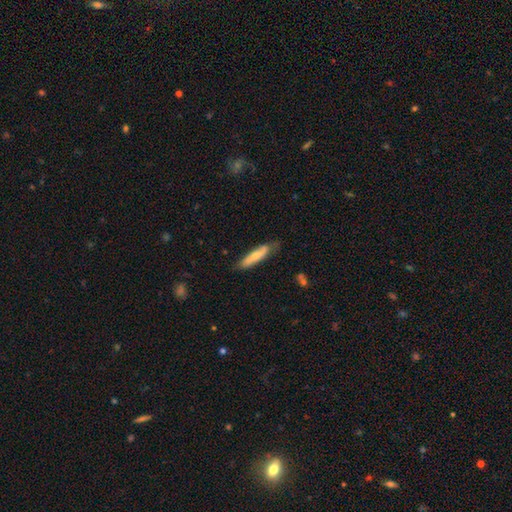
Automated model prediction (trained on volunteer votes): Smooth or featured? Predicted: smooth (p=0.65). How rounded? Predicted: cigar-shaped (p=0.74). Merging? Predicted: none (p=0.70).